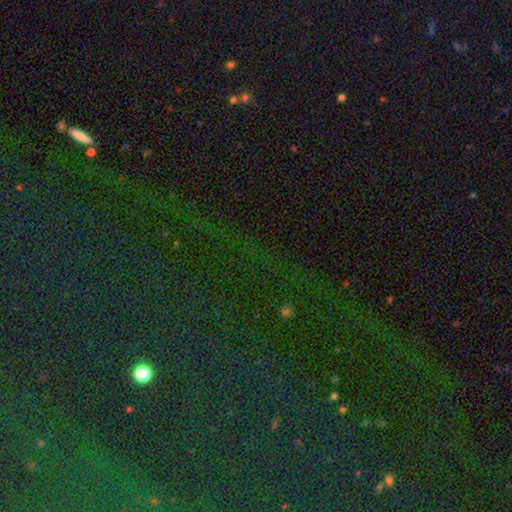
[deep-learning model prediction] Q: Smooth or featured?
A: star or artifact (83%); runner-up: smooth (9%)